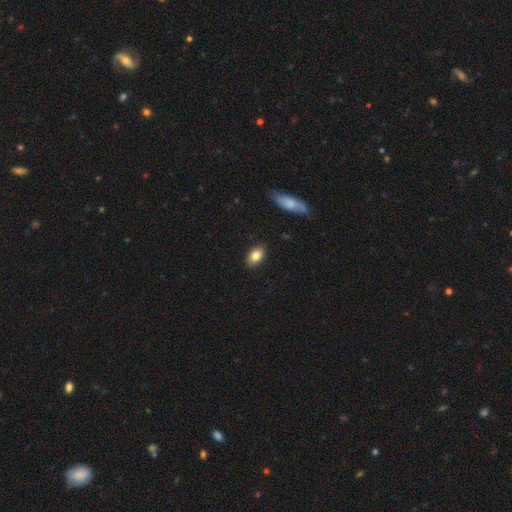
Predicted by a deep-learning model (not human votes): A smooth galaxy with no disk features (83%) that is in between round and cigar-shaped (86%).

Vote fractions:
- Smooth or featured? smooth: 83% / featured or disk: 9% / star or artifact: 8%
- How rounded? in between: 86% / round: 11% / cigar-shaped: 2%
- Merging? none: 87% / minor disturbance: 9% / major disturbance: 2% / merger: 1%